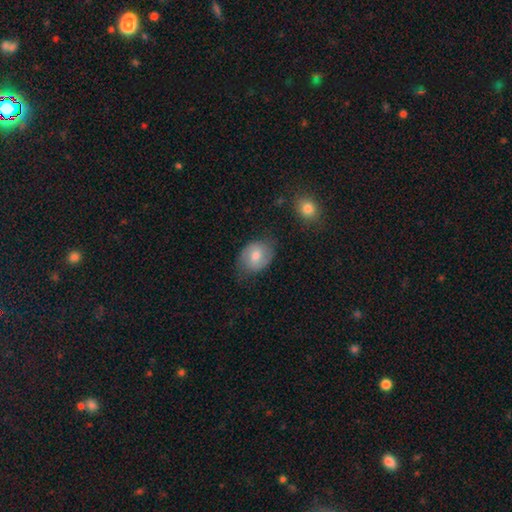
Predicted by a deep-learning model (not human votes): Morphology: type=smooth (54%); roundness=in between (63%); merging=none (70%).